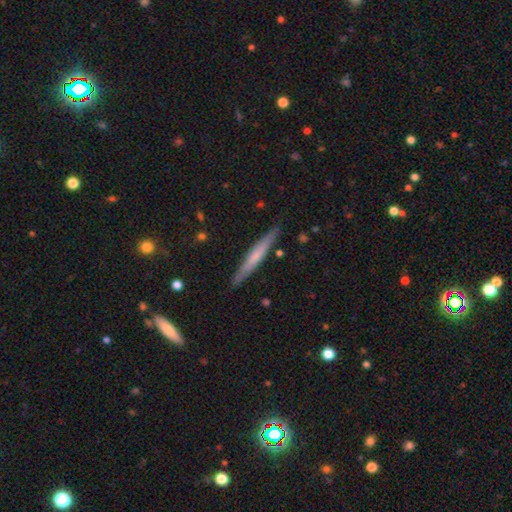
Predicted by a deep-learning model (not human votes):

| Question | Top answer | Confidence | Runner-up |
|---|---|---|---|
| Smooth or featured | smooth | 48% | featured or disk (46%) |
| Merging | none | 89% | minor disturbance (8%) |